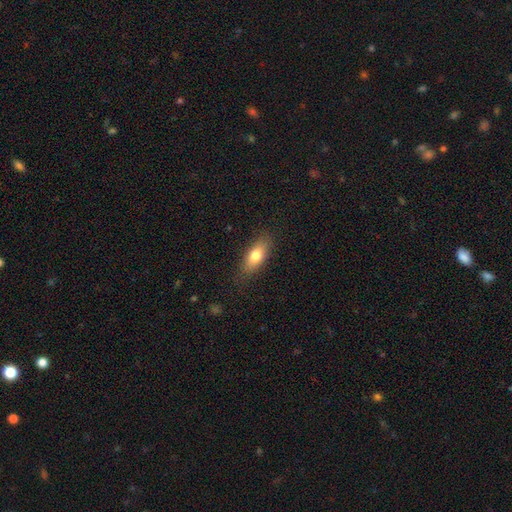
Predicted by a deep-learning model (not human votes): smooth 74%, featured or disk 18%, star or artifact 7%. Down the decision tree: how rounded — in between (77%); merging — none (82%).